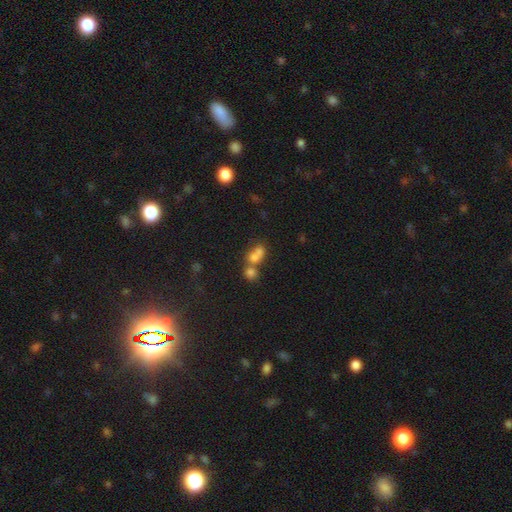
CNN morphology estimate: Smooth or featured? smooth (70%)
How rounded? round (64%)
Merging? merger (66%)